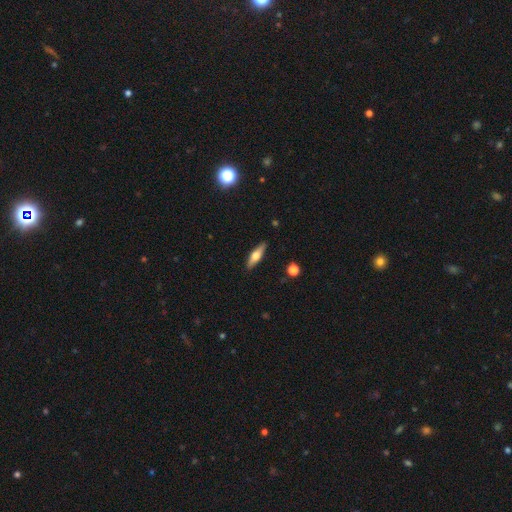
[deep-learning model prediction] Smooth or featured: smooth — 49% (featured or disk — 45%)
Merging: none — 89% (minor disturbance — 8%)